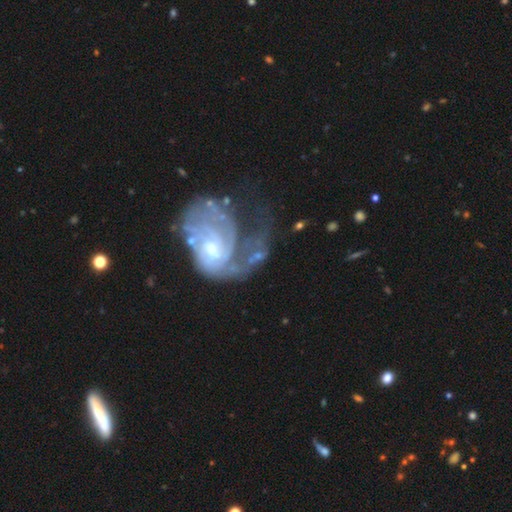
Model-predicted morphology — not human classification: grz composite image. It shows a featured or disk galaxy (81%) with no bar (60%), tight (45%) spiral arms (86%) and a moderate central bulge (52%). Merging: major disturbance (46%).